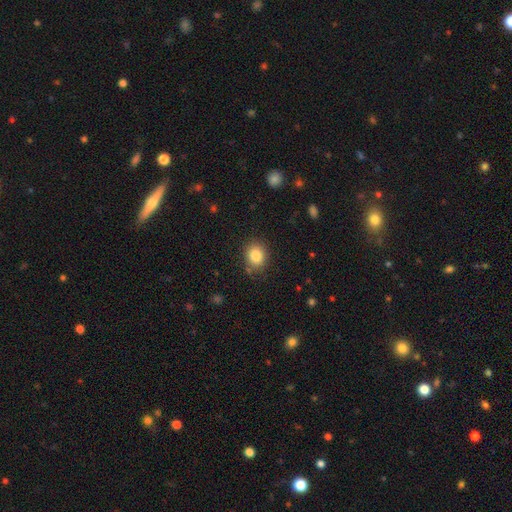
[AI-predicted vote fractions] Smooth or featured? smooth (85%)
How rounded? round (62%)
Merging? none (83%)